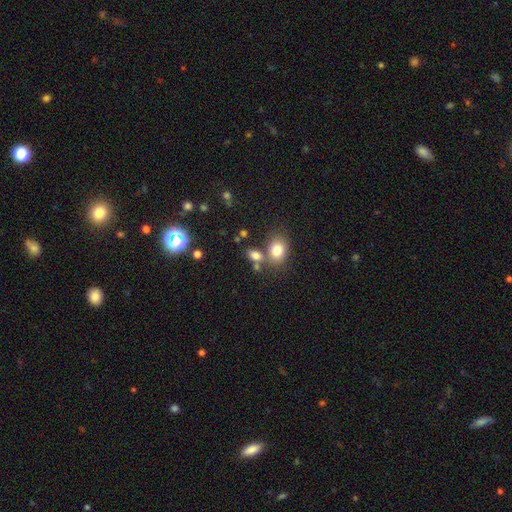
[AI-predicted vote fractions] This is likely a smooth galaxy (77%). How rounded: likely in between (75%). Merging: possibly none (57%).